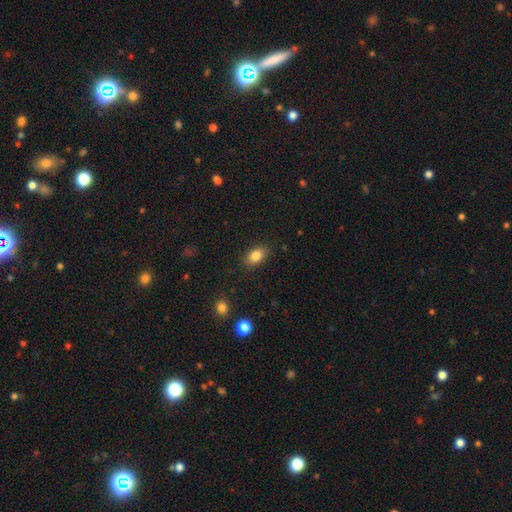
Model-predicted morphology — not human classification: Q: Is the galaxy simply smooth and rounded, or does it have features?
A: smooth — 84%.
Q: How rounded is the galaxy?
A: in between — 85%.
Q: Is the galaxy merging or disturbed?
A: none — 86%.